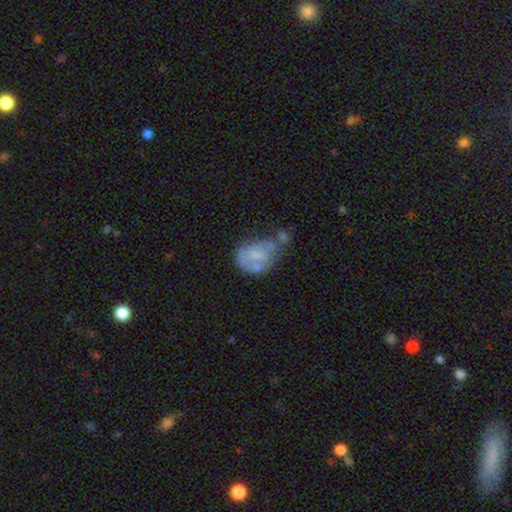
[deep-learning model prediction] smooth-or-featured: smooth: 54% | featured or disk: 38% | star or artifact: 9%
  how-rounded: in between: 72% | round: 26% | cigar-shaped: 1%
  merging: none: 29% | minor disturbance: 26% | merger: 26% | major disturbance: 19%